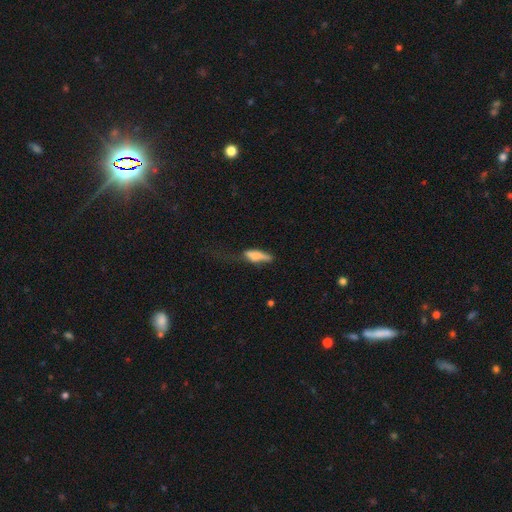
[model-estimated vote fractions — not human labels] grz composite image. It shows a smooth galaxy with no disk features (70%) that is cigar-shaped (51%). Merging: major disturbance (36%).